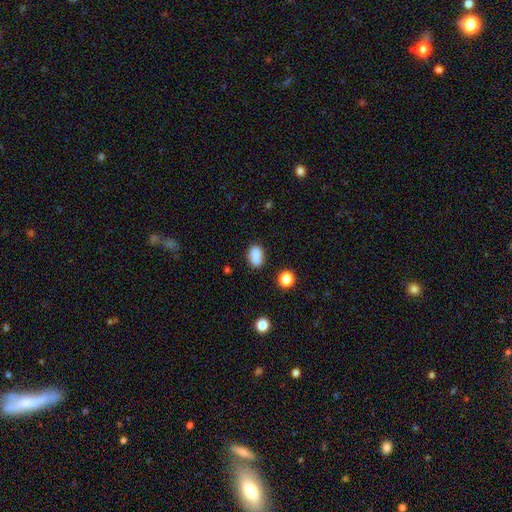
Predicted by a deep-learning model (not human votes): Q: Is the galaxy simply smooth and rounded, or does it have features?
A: smooth — 85%.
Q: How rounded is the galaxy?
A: in between — 83%.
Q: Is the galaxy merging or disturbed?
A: none — 73%.